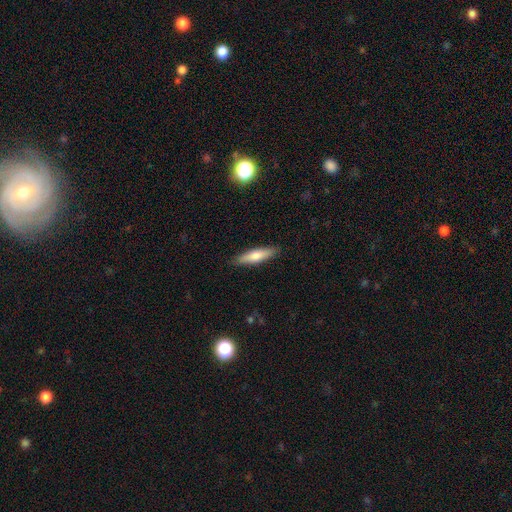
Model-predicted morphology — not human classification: Q: Smooth or featured?
A: smooth (70%); runner-up: featured or disk (25%)
Q: How rounded?
A: cigar-shaped (71%); runner-up: in between (28%)
Q: Merging?
A: none (88%); runner-up: minor disturbance (9%)